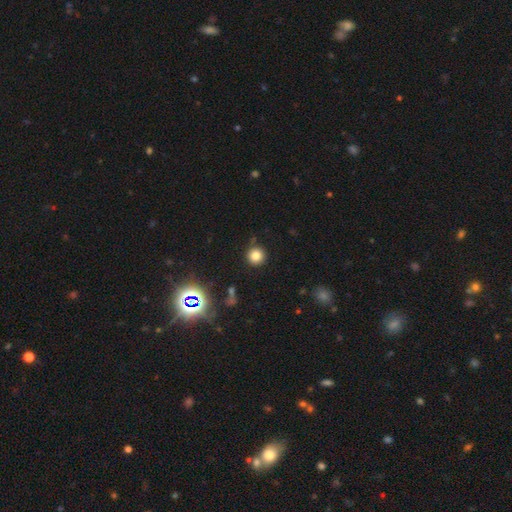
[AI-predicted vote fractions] Smooth or featured? smooth (80%)
How rounded? round (95%)
Merging? none (88%)